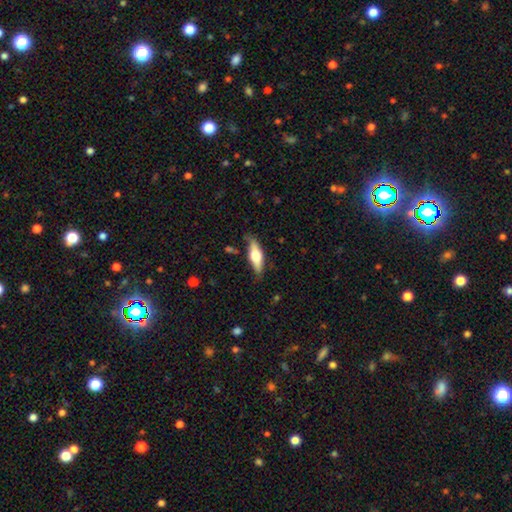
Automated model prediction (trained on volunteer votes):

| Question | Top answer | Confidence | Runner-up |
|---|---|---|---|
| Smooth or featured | featured or disk | 48% | smooth (47%) |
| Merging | none | 79% | minor disturbance (16%) |